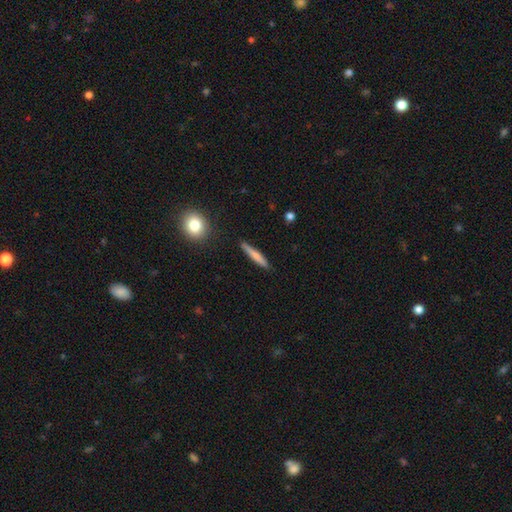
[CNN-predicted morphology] smooth_or_featured: smooth (p=0.66) [alt: featured or disk p=0.28]
how_rounded: cigar-shaped (p=0.94) [alt: in between p=0.05]
merging: none (p=0.88) [alt: minor disturbance p=0.09]